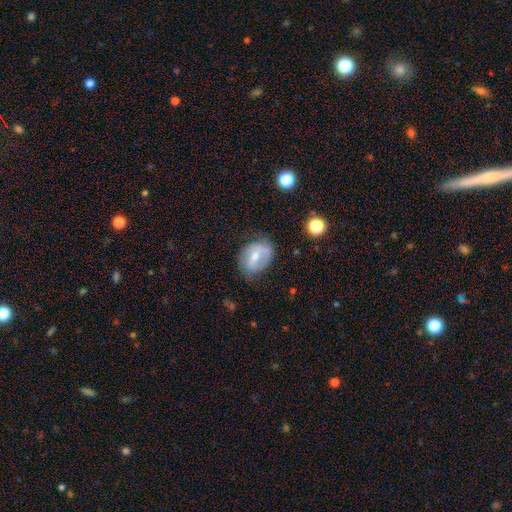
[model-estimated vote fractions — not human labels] featured or disk 49%, smooth 44%, star or artifact 8%. Down the decision tree: merging — none (59%).